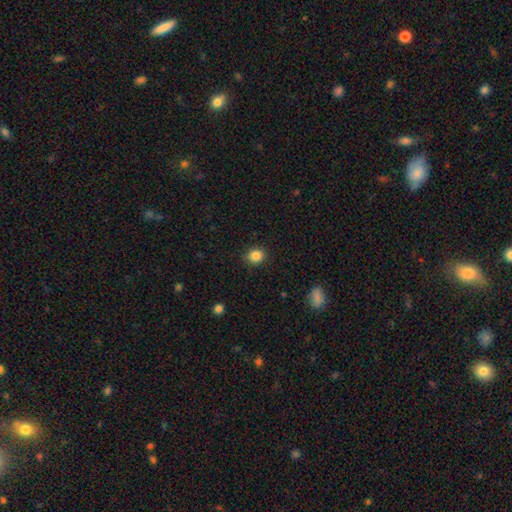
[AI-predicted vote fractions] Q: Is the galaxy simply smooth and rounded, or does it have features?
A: smooth — 85%.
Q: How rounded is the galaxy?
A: round — 77%.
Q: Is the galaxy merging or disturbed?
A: none — 89%.